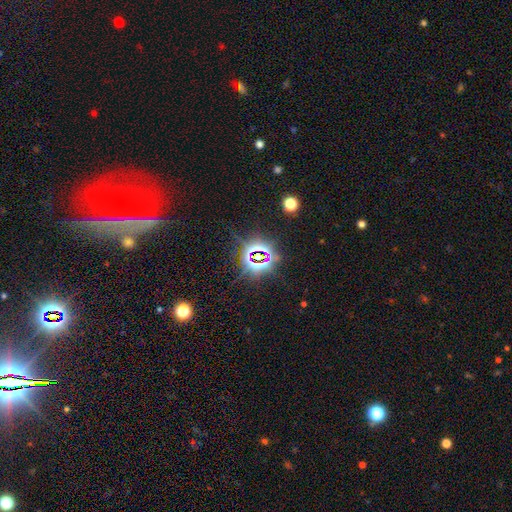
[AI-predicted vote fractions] smooth-or-featured: star or artifact: 82% | smooth: 10% | featured or disk: 7%